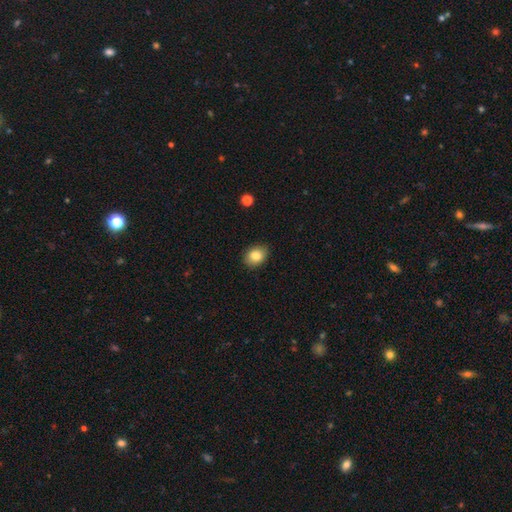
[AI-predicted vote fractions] This is clearly a smooth galaxy (84%). How rounded: likely in between (62%). Merging: clearly none (85%).